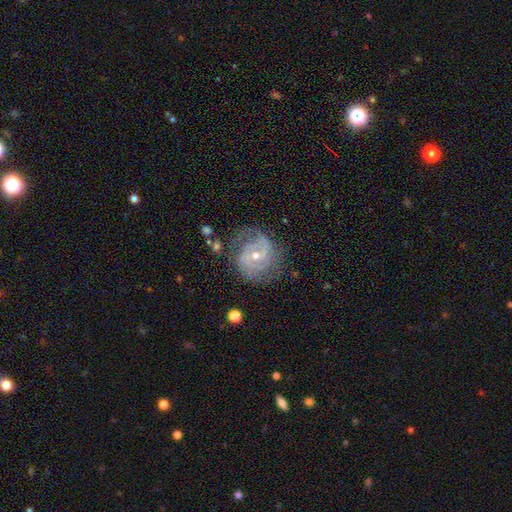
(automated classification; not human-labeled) Morphology: type=featured or disk (84%); edge-on=no (97%); bar=no (44%); spiral arms=yes (94%); winding=tight (45%); arm count=2 (55%); bulge=small (56%); merging=none (68%).